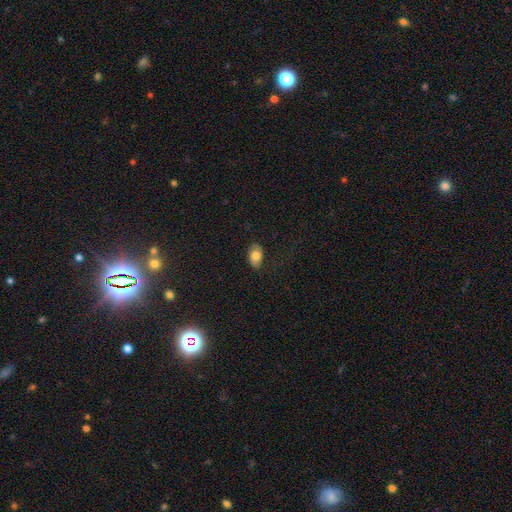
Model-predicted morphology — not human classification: The model was most divided on "smooth or featured": smooth: 74%, featured or disk: 18%, star or artifact: 8%. More confident: how rounded — in between (88%); merging — none (75%).